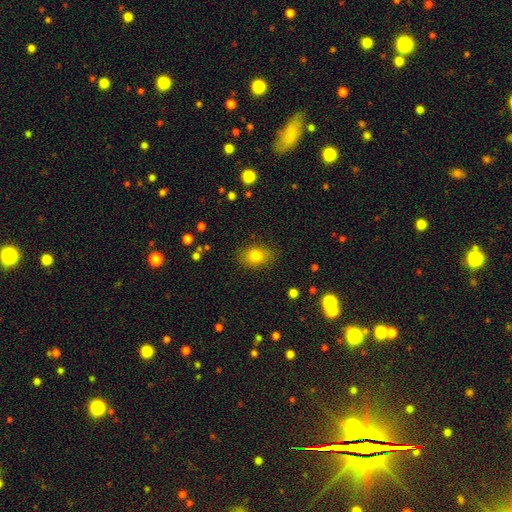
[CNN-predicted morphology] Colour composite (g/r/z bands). It shows a smooth galaxy with no disk features (78%) that is in between round and cigar-shaped (70%). Merging: none (85%).